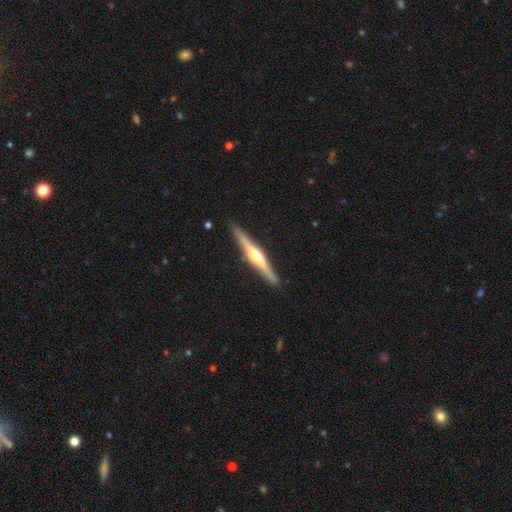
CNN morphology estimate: This is likely a featured or disk galaxy (75%). It is clearly viewed edge-on (98%). Edge-on bulge: clearly rounded (89%). Merging: clearly none (90%).